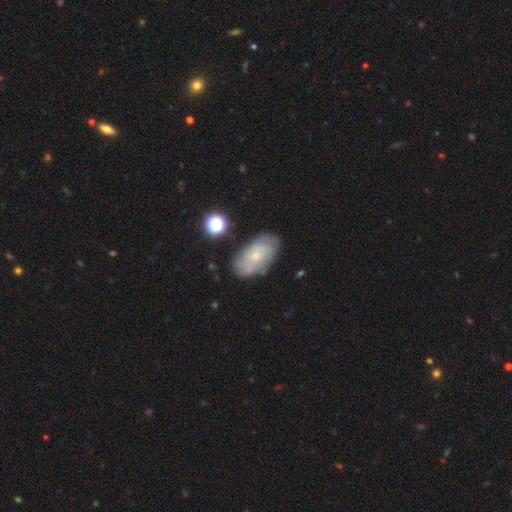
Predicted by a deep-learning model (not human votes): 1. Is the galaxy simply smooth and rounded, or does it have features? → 57% featured or disk, 34% smooth, 9% star or artifact.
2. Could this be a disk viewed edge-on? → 95% no, 5% yes.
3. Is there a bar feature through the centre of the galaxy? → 78% no, 20% weak, 3% strong.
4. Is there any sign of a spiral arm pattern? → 79% yes, 21% no.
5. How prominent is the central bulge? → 77% small, 17% moderate, 4% none, 1% large, 1% dominant.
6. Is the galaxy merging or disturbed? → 73% none, 18% minor disturbance, 6% major disturbance, 3% merger.